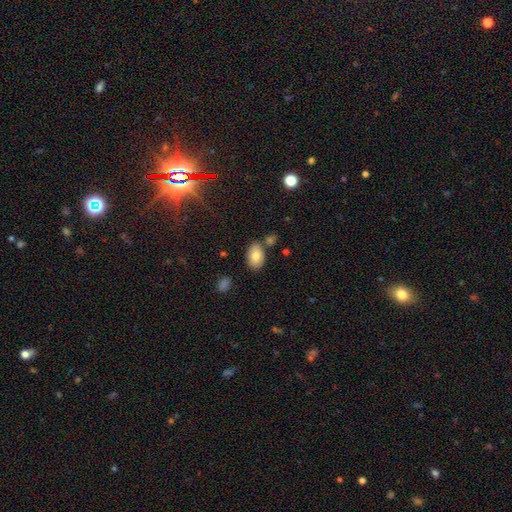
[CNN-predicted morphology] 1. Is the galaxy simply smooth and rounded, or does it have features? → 82% smooth, 10% featured or disk, 8% star or artifact.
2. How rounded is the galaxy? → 91% in between, 8% round, 1% cigar-shaped.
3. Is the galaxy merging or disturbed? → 73% none, 13% minor disturbance, 11% merger, 3% major disturbance.